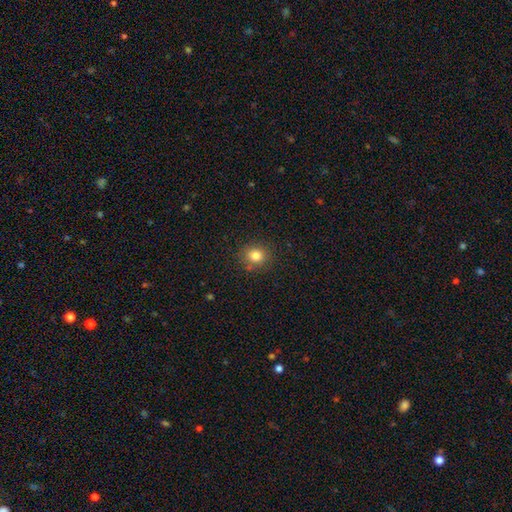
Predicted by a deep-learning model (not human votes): smooth_or_featured: smooth (p=0.81) [alt: star or artifact p=0.12]
how_rounded: round (p=0.79) [alt: in between p=0.20]
merging: none (p=0.85) [alt: minor disturbance p=0.10]